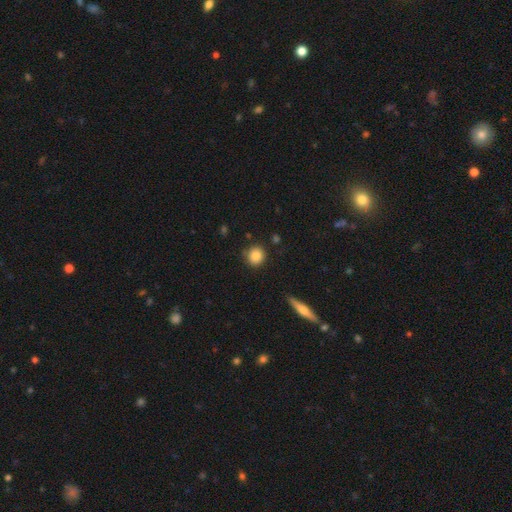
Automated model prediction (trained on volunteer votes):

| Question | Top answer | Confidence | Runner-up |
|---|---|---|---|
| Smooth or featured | smooth | 86% | star or artifact (8%) |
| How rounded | round | 87% | in between (11%) |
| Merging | none | 87% | minor disturbance (9%) |